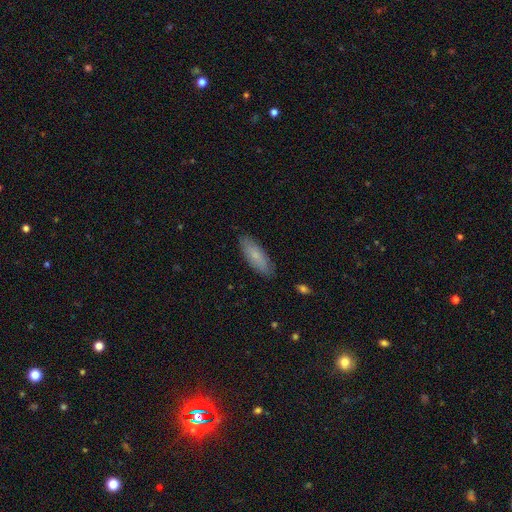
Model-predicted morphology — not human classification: A smooth galaxy with no disk features (77%) that is in between round and cigar-shaped (60%).

Vote fractions:
- Smooth or featured? smooth: 77% / featured or disk: 16% / star or artifact: 6%
- How rounded? in between: 60% / cigar-shaped: 38% / round: 2%
- Merging? none: 86% / minor disturbance: 11% / major disturbance: 2% / merger: 1%